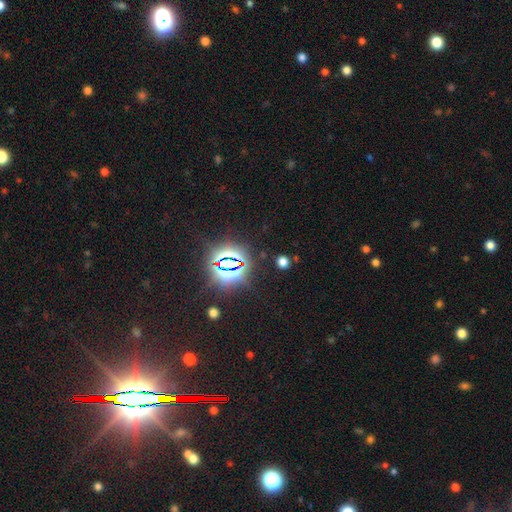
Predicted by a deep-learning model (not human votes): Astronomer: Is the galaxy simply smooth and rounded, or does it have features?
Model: star or artifact — 82%.